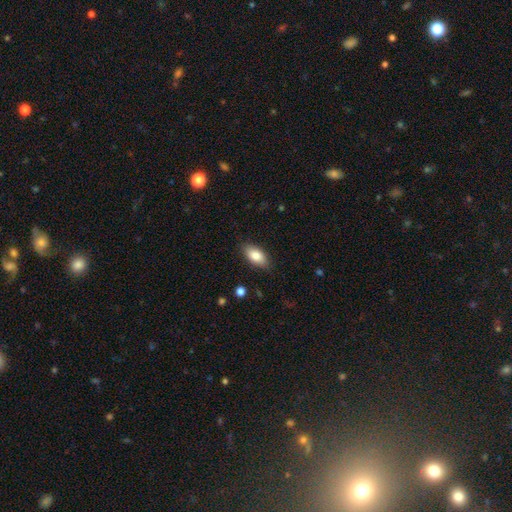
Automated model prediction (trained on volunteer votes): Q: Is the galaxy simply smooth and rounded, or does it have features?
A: smooth — 82%.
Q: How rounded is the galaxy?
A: in between — 90%.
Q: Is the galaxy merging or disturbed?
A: none — 86%.